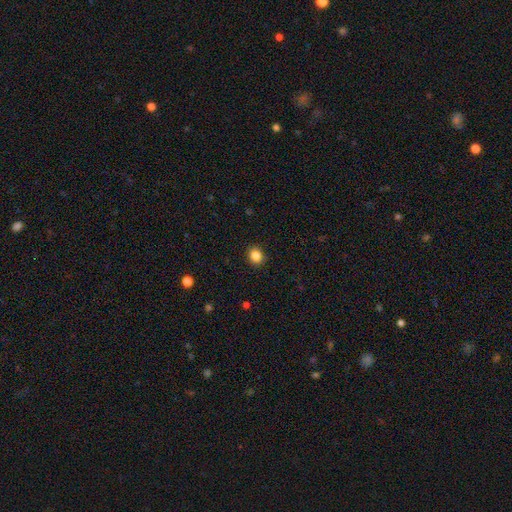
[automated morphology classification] The model was most divided on "how rounded": round: 71%, in between: 28%, cigar-shaped: 1%. More confident: merging — none (91%); smooth or featured — smooth (86%).